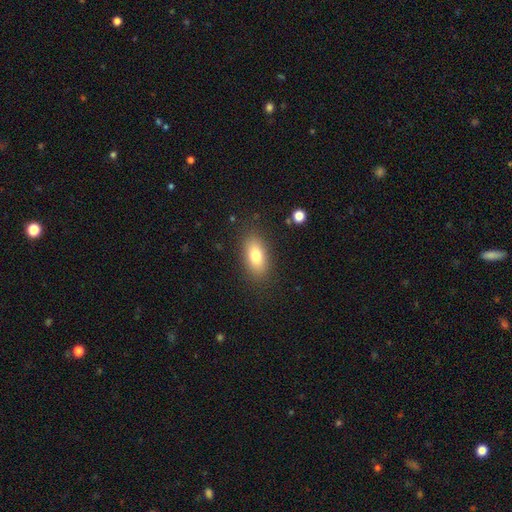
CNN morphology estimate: smooth_or_featured: smooth (p=0.79) [alt: featured or disk p=0.13]
how_rounded: in between (p=0.88) [alt: cigar-shaped p=0.06]
merging: none (p=0.85) [alt: minor disturbance p=0.10]